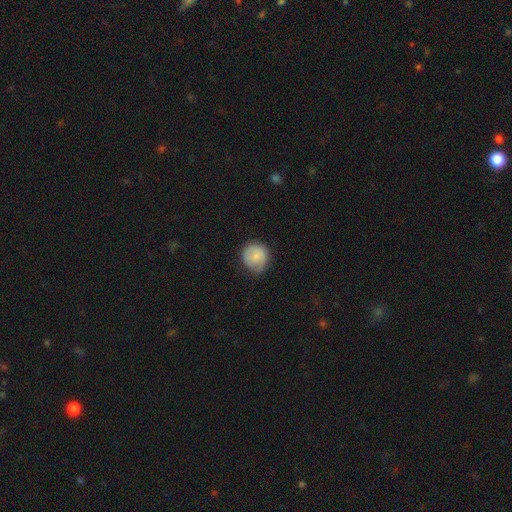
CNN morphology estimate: type=smooth (75%); roundness=round (88%); merging=none (63%).